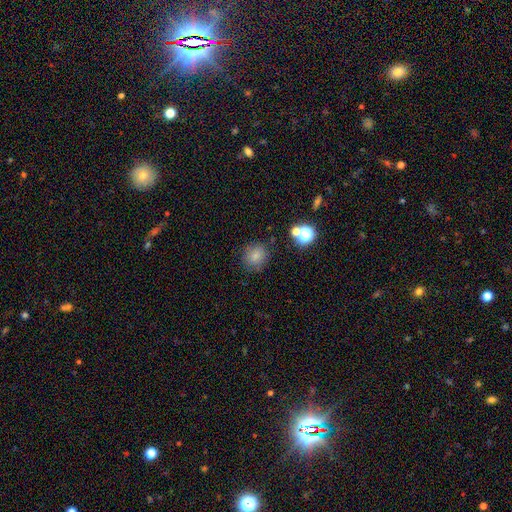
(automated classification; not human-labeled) smooth 78%, star or artifact 14%, featured or disk 8%. Down the decision tree: how rounded — round (84%); merging — none (80%).